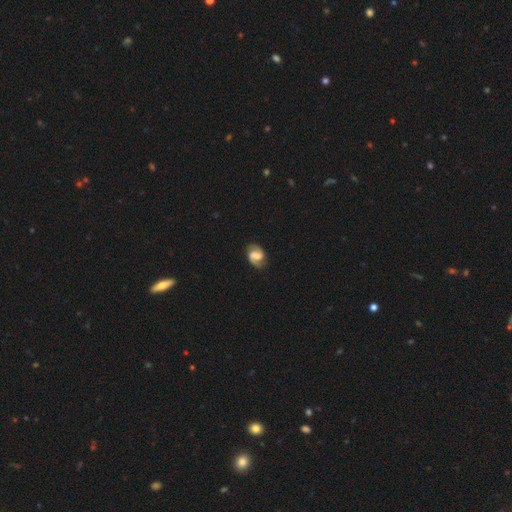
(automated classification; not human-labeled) This appears to be a featured or disk galaxy (77%) with a weak bar (52%), 2 (92%) medium (49%) spiral arms (95%) and a moderate central bulge (37%). Merging: none (82%).